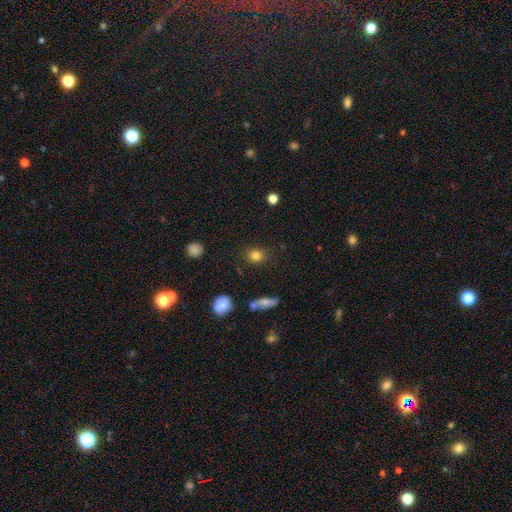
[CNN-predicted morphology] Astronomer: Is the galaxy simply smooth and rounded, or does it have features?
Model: smooth — 82%.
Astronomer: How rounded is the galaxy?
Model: round — 64%.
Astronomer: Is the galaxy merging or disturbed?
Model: none — 84%.